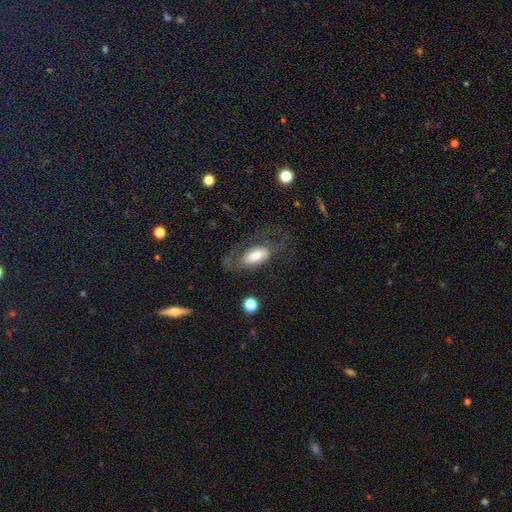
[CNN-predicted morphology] type=smooth (57%); roundness=in between (87%); merging=none (46%).